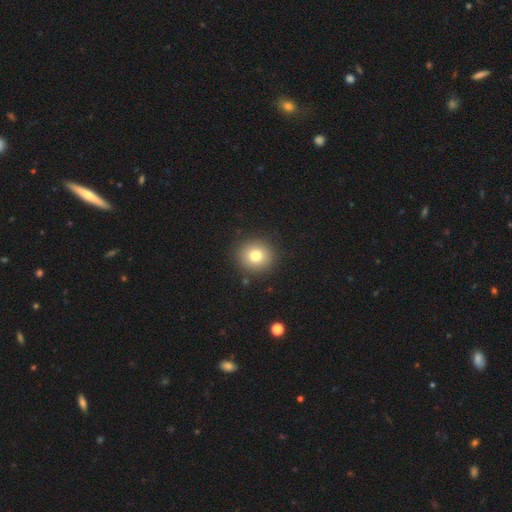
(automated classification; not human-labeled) This is likely a smooth galaxy (79%). How rounded: clearly round (89%). Merging: clearly none (90%).